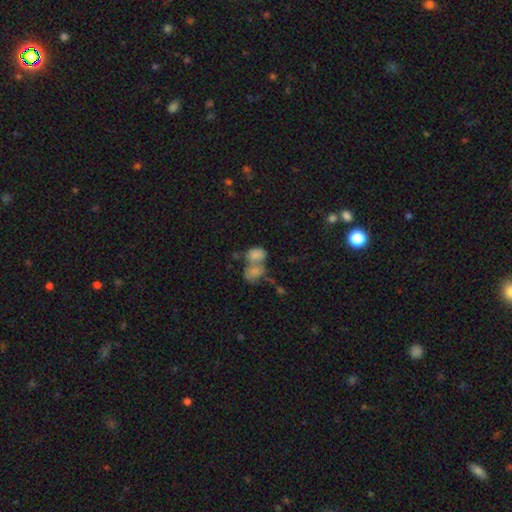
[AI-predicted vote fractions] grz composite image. It shows a smooth galaxy with no disk features (73%) that is in between round and cigar-shaped (72%). Merging: merger (67%).